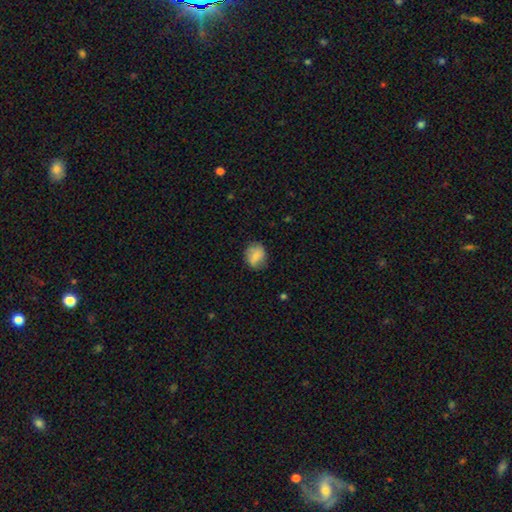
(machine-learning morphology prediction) type=smooth (73%); roundness=round (59%); merging=none (71%).